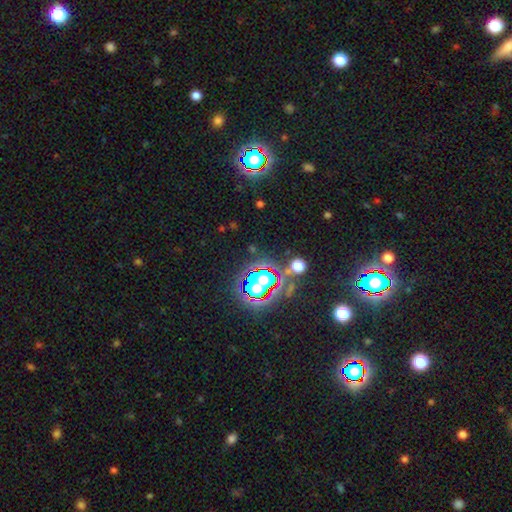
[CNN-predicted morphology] Q: Smooth or featured?
A: star or artifact (72%); runner-up: smooth (17%)